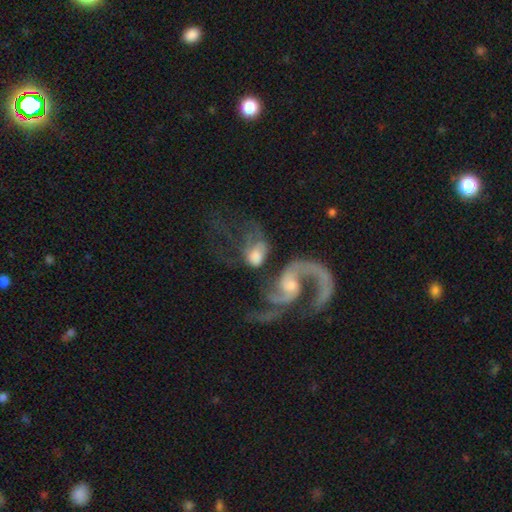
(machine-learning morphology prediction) Smooth or featured: featured or disk — 60% (smooth — 30%)
Edge-on disk: no — 97% (yes — 3%)
Bar: no — 63% (weak — 29%)
Spiral arms: yes — 79% (no — 21%)
Bulge size: moderate — 34% (small — 31%)
Merging: merger — 44% (major disturbance — 27%)